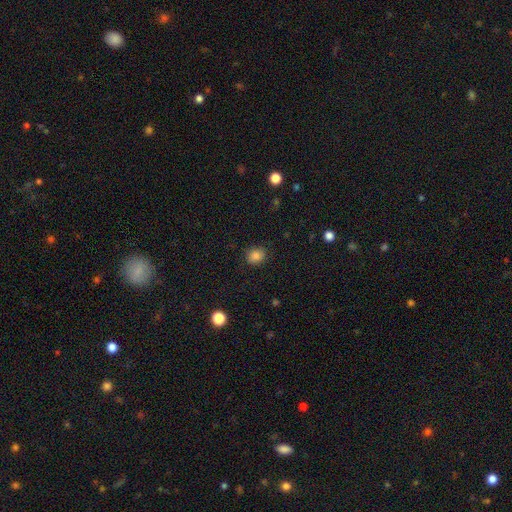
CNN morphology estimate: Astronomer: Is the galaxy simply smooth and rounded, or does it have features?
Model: smooth — 85%.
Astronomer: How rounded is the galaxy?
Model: round — 68%.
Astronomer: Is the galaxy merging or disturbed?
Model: none — 83%.